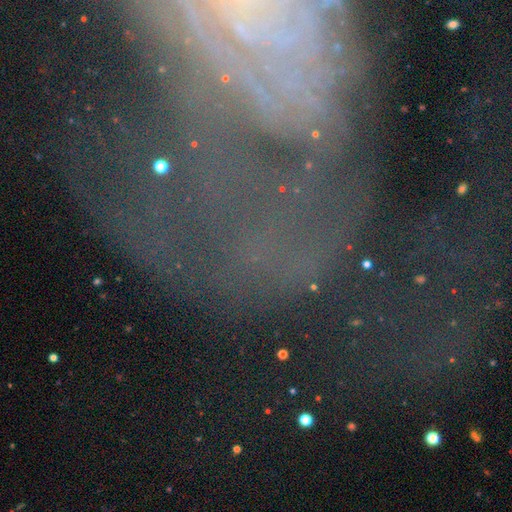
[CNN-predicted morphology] A featured or disk galaxy (44%). Merging: none (58%).